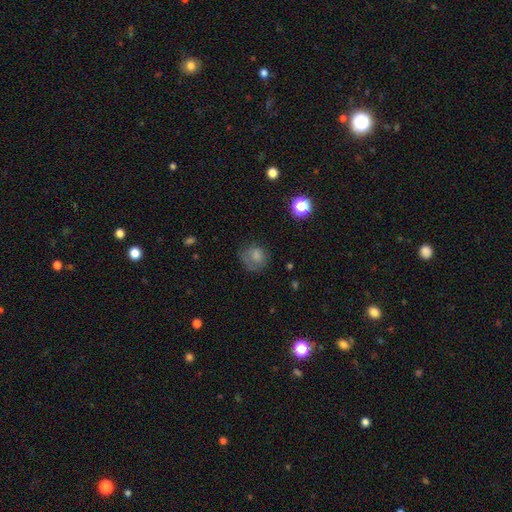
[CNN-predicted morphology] This appears to be a smooth galaxy with no disk features (68%) that is round (70%). Merging: none (50%).